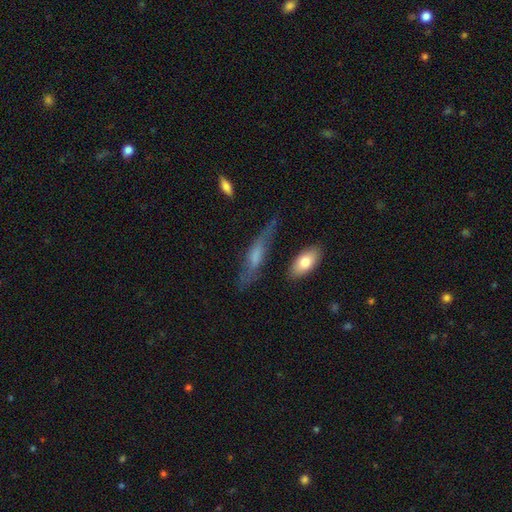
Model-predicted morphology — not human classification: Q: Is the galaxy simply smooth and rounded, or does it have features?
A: featured or disk — 46%.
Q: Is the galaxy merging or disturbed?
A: none — 57%.